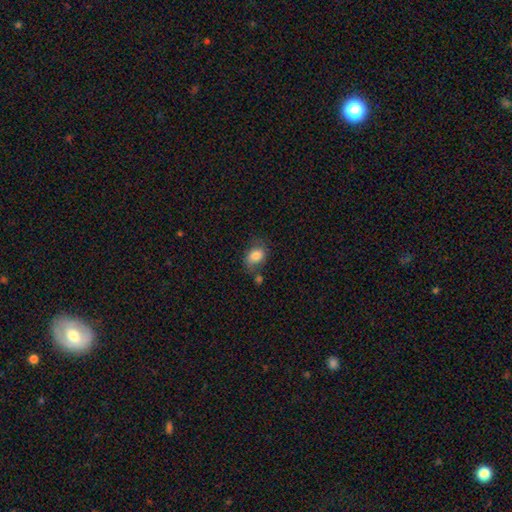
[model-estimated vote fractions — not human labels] Smooth or featured? Predicted: smooth (p=0.81). How rounded? Predicted: in between (p=0.74). Merging? Predicted: none (p=0.56).